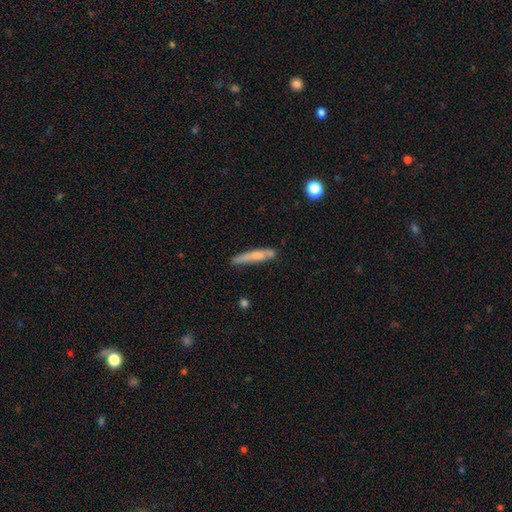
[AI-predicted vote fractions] Smooth or featured?
  - smooth: 64% *
  - featured or disk: 29%
  - star or artifact: 7%
How rounded?
  - cigar-shaped: 91% *
  - in between: 7%
  - round: 2%
Merging?
  - none: 70% *
  - minor disturbance: 21%
  - merger: 5%
  - major disturbance: 5%